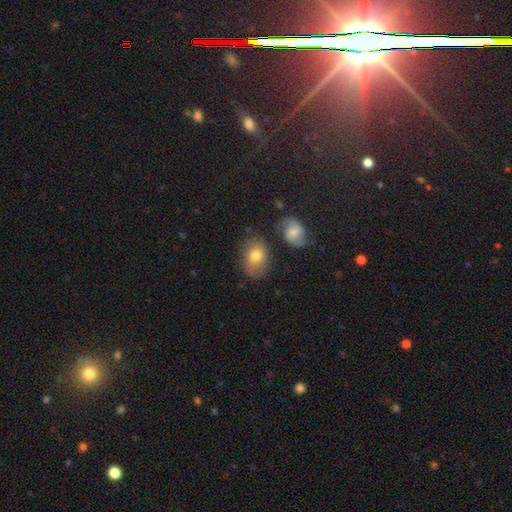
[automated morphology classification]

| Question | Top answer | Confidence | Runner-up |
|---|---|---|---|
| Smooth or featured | smooth | 74% | featured or disk (17%) |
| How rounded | in between | 72% | round (27%) |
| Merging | none | 67% | minor disturbance (19%) |